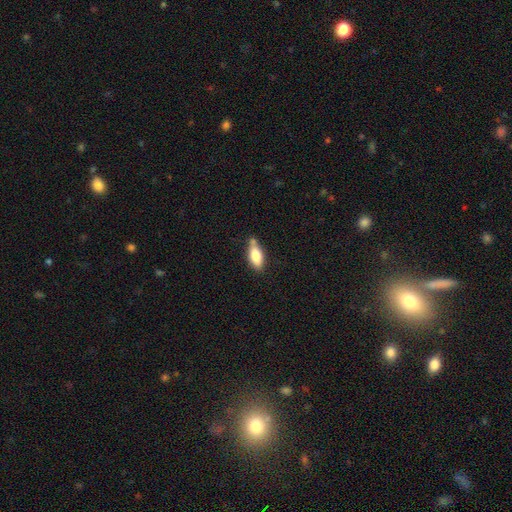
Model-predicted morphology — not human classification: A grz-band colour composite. It shows a smooth galaxy with no disk features (77%) that is in between round and cigar-shaped (79%). Merging: none (61%).